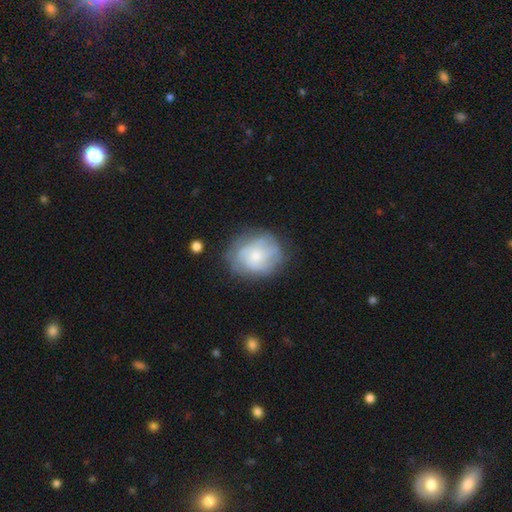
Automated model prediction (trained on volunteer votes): The model was most divided on "bulge size": small: 50%, moderate: 36%, none: 7%, large: 5%, dominant: 1%. More confident: edge-on disk — no (98%); bar — no (78%); spiral arms — yes (75%); merging — none (68%); smooth or featured — featured or disk (54%).